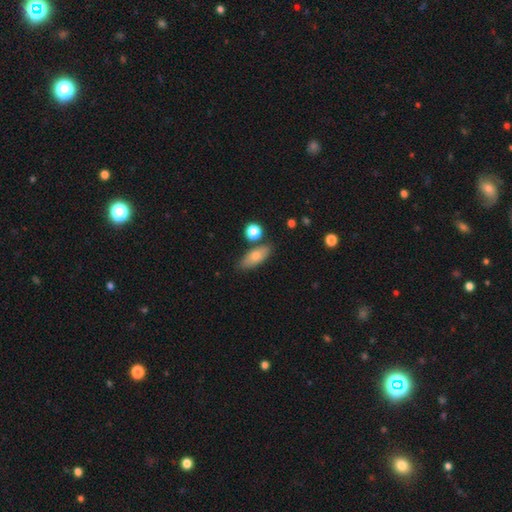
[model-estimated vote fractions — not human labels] This is likely a smooth galaxy (75%). How rounded: likely in between (75%). Merging: likely none (75%).